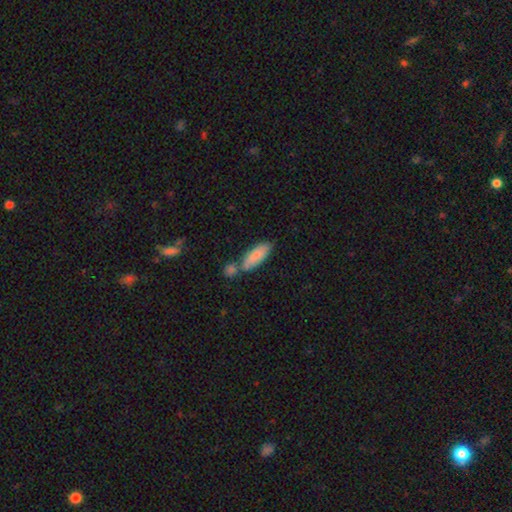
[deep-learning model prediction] smooth 81%, featured or disk 13%, star or artifact 6%. Down the decision tree: how rounded — in between (67%); merging — none (50%).